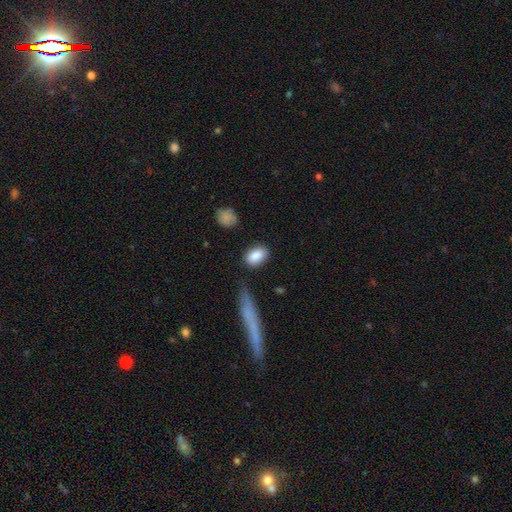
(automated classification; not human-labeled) Smooth or featured?
  - smooth: 87% *
  - star or artifact: 7%
  - featured or disk: 7%
How rounded?
  - in between: 84% *
  - round: 14%
  - cigar-shaped: 2%
Merging?
  - none: 81% *
  - minor disturbance: 12%
  - major disturbance: 3%
  - merger: 3%